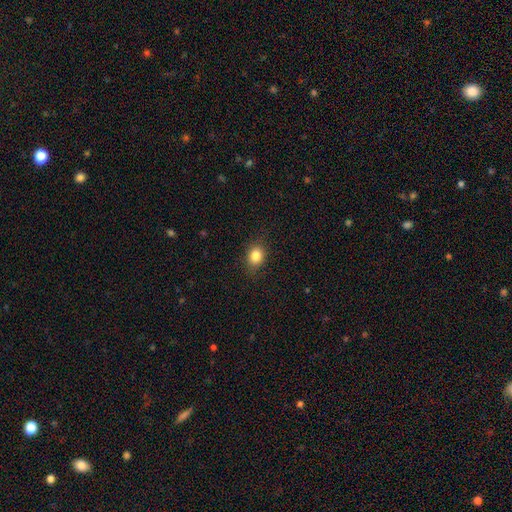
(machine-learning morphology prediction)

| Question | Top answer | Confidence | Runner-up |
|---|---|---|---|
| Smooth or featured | smooth | 84% | star or artifact (10%) |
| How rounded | round | 54% | in between (44%) |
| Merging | none | 86% | minor disturbance (10%) |